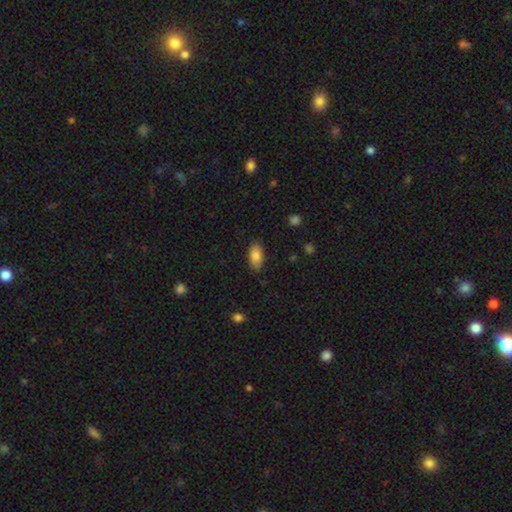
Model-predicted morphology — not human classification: This is clearly a smooth galaxy (84%). How rounded: clearly in between (93%). Merging: clearly none (84%).